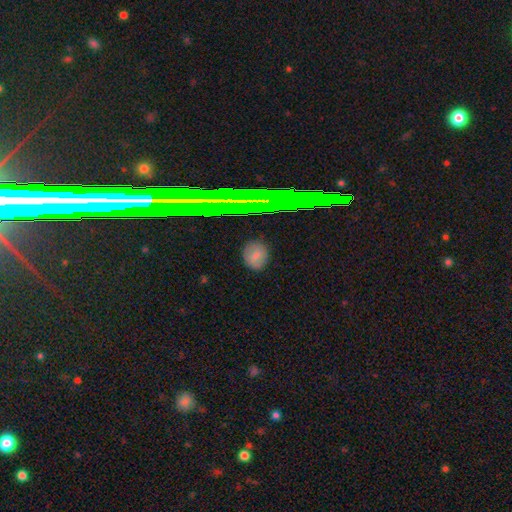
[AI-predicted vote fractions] A smooth galaxy with no disk features (73%) that is round (66%).

Vote fractions:
- Smooth or featured? smooth: 73% / featured or disk: 14% / star or artifact: 13%
- How rounded? round: 66% / in between: 33% / cigar-shaped: 1%
- Merging? none: 85% / minor disturbance: 11% / major disturbance: 3% / merger: 1%